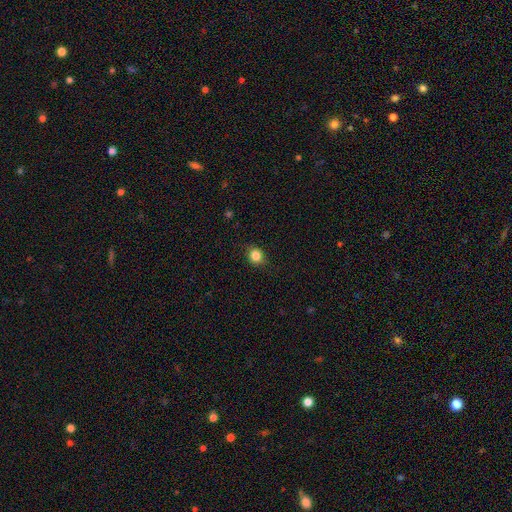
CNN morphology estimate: Smooth or featured? Predicted: smooth (p=0.84). How rounded? Predicted: round (p=0.76). Merging? Predicted: none (p=0.87).